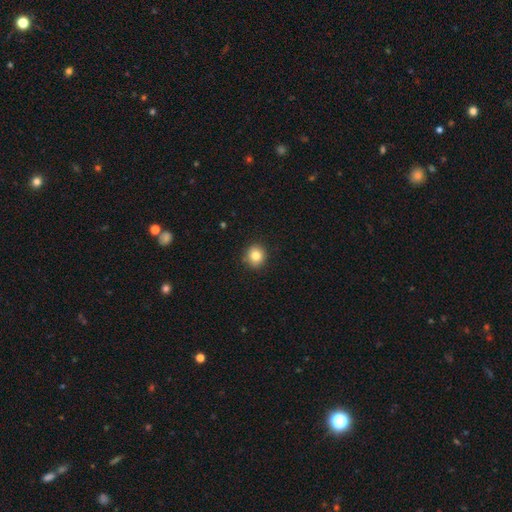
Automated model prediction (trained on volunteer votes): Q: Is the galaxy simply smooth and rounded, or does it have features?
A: smooth — 81%.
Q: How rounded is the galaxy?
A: round — 89%.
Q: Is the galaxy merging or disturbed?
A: none — 90%.